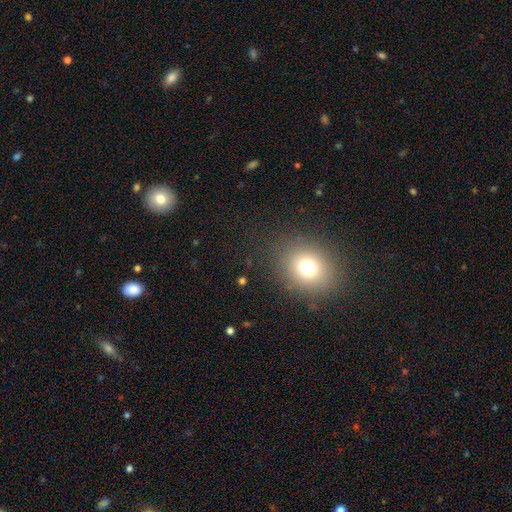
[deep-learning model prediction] smooth 69%, star or artifact 23%, featured or disk 9%. Down the decision tree: how rounded — round (67%); merging — none (88%).